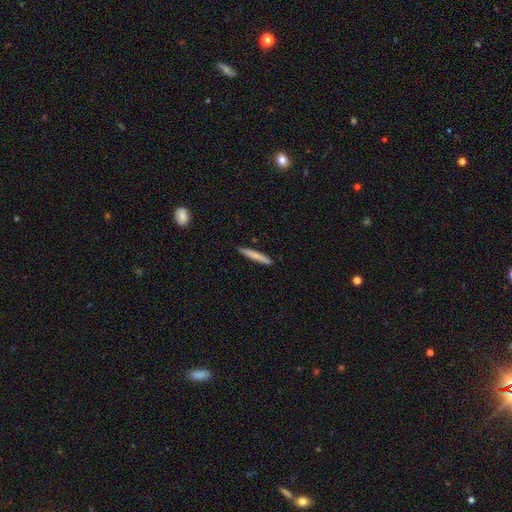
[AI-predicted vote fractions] A smooth galaxy with no disk features (77%) that is cigar-shaped (95%). Merging: none (89%).